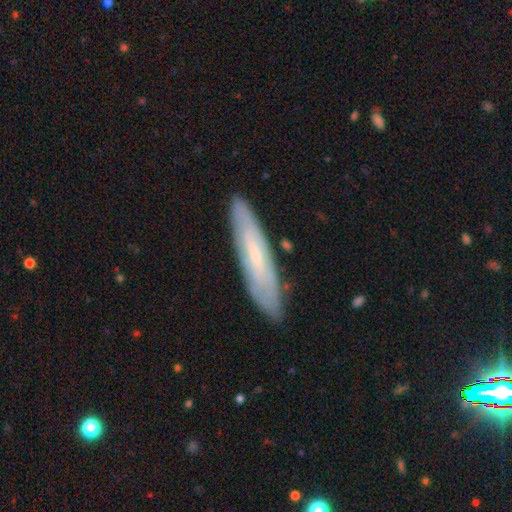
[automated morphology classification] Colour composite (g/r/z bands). It shows a featured or disk galaxy (54%) viewed edge-on (50%, tied with no). Merging: none (85%).